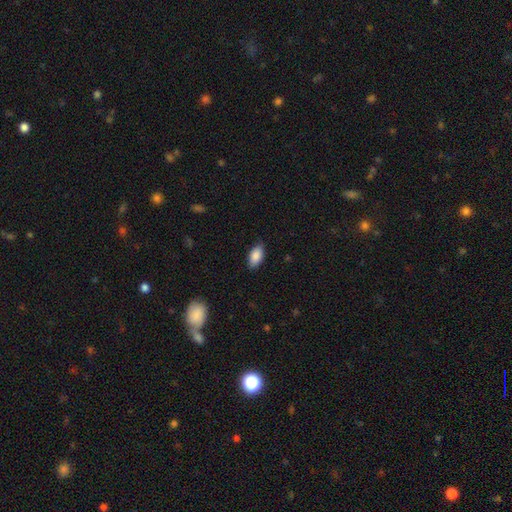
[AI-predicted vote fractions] smooth_or_featured: smooth (p=0.87) [alt: star or artifact p=0.07]
how_rounded: in between (p=0.93) [alt: cigar-shaped p=0.04]
merging: none (p=0.84) [alt: minor disturbance p=0.13]